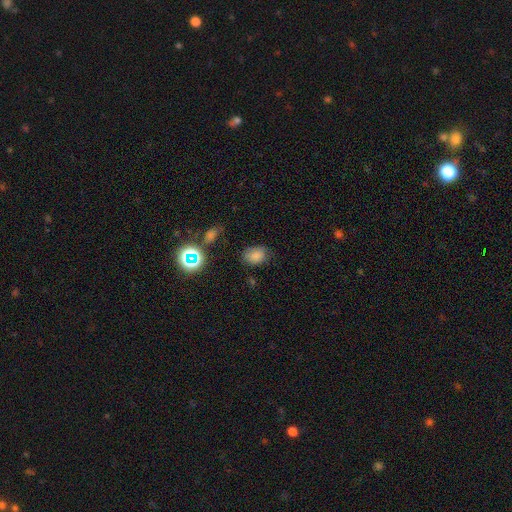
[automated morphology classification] Smooth or featured? Predicted: smooth (p=0.78). How rounded? Predicted: in between (p=0.73). Merging? Predicted: none (p=0.71).